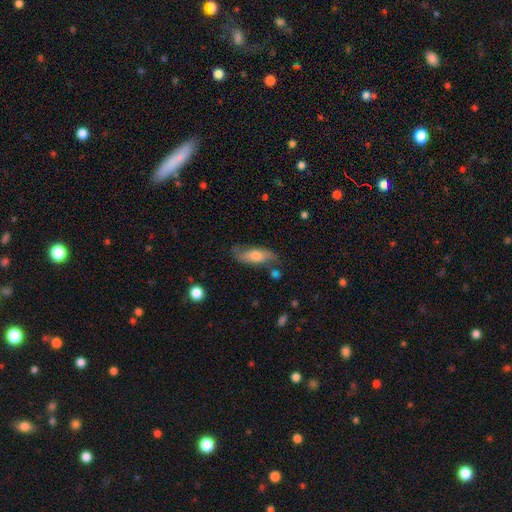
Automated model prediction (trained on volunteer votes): smooth_or_featured: smooth (p=0.63) [alt: featured or disk p=0.30]
how_rounded: in between (p=0.70) [alt: cigar-shaped p=0.27]
merging: none (p=0.67) [alt: minor disturbance p=0.22]